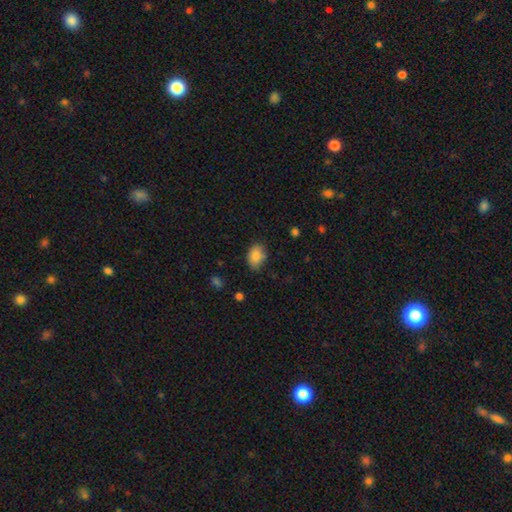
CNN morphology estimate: Smooth or featured: smooth — 84% (star or artifact — 9%)
How rounded: in between — 80% (round — 19%)
Merging: none — 70% (minor disturbance — 23%)